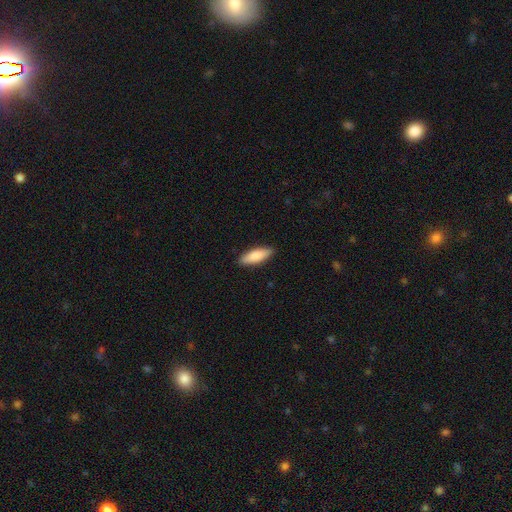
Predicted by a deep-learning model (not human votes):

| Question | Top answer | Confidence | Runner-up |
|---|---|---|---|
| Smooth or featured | smooth | 85% | featured or disk (10%) |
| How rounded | in between | 60% | cigar-shaped (38%) |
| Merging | none | 90% | minor disturbance (8%) |